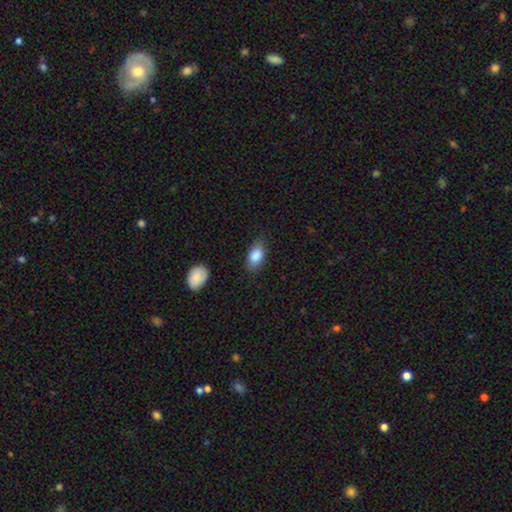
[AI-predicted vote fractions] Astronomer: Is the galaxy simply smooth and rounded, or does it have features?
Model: smooth — 87%.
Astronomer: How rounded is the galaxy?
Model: in between — 90%.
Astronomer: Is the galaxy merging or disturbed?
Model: none — 77%.